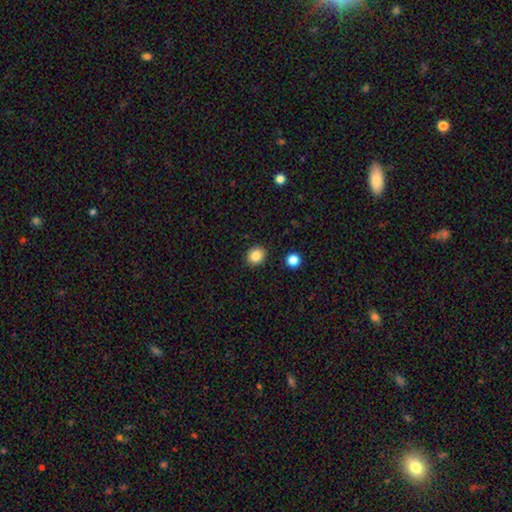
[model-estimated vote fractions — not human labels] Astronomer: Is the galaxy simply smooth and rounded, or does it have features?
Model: smooth — 85%.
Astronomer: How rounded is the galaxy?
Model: round — 79%.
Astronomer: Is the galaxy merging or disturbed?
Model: none — 90%.